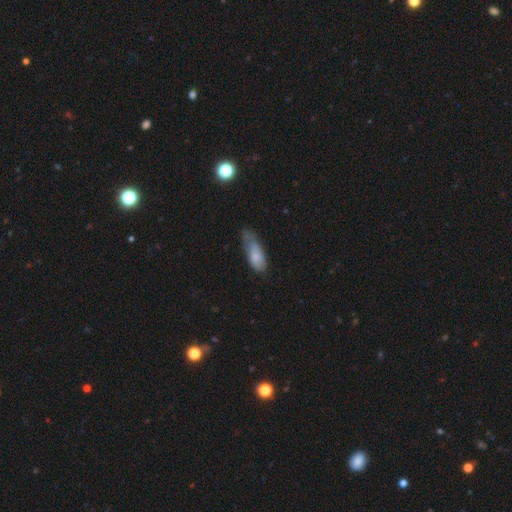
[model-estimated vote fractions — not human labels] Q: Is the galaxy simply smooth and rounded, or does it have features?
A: smooth — 76%.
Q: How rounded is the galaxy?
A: in between — 74%.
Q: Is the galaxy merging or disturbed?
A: minor disturbance — 43%.